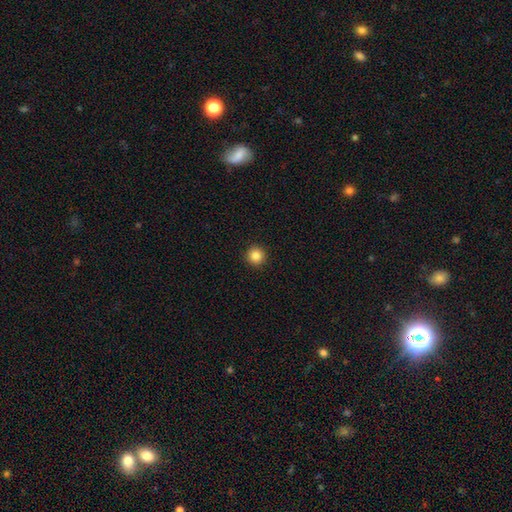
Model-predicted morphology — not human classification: Smooth or featured: smooth — 85% (star or artifact — 11%)
How rounded: round — 96% (in between — 3%)
Merging: none — 93% (minor disturbance — 4%)